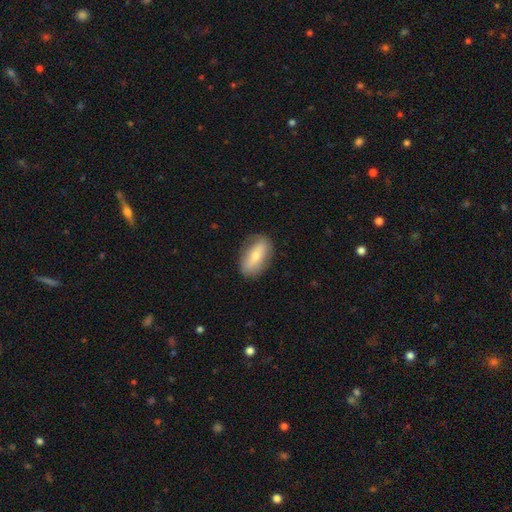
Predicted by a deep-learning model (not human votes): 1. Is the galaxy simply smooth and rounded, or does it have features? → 65% smooth, 29% featured or disk, 6% star or artifact.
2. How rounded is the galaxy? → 84% in between, 11% cigar-shaped, 5% round.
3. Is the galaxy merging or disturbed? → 82% none, 13% minor disturbance, 4% major disturbance, 1% merger.